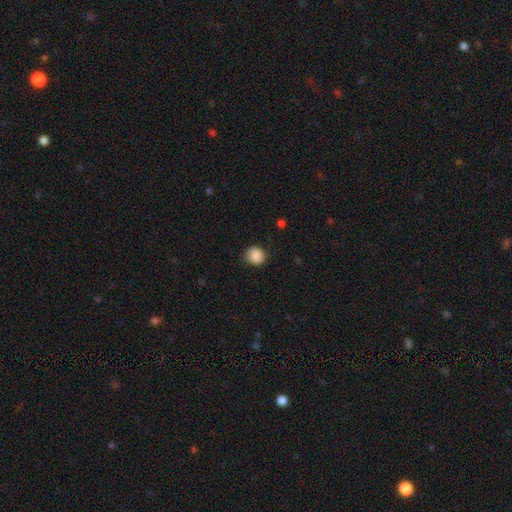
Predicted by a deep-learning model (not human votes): Overall: smooth (88%). How rounded: round (82%). Merging: none (81%).